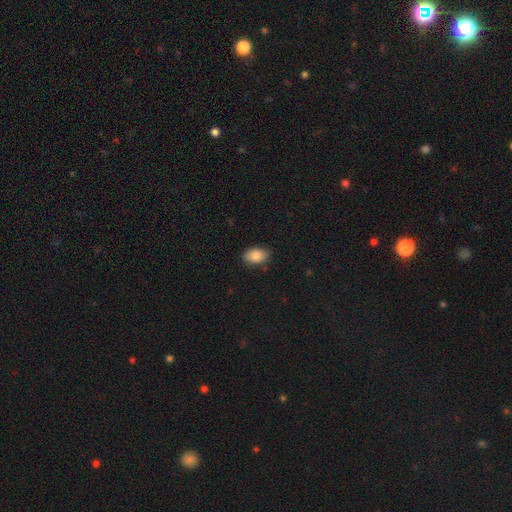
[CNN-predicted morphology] A smooth galaxy with no disk features (88%) that is in between round and cigar-shaped (90%). Merging: none (84%).